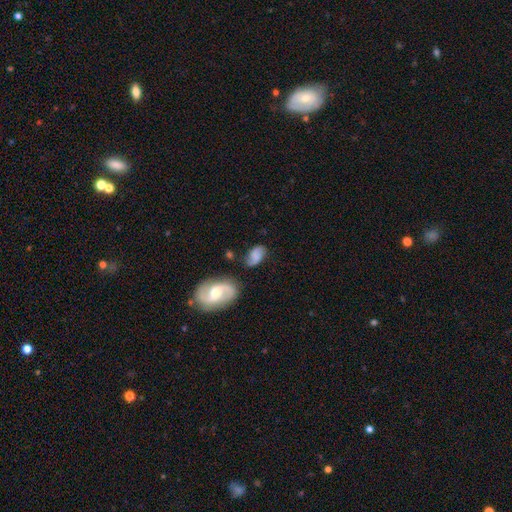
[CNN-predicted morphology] Smooth or featured? smooth (46%)
Merging? none (61%)